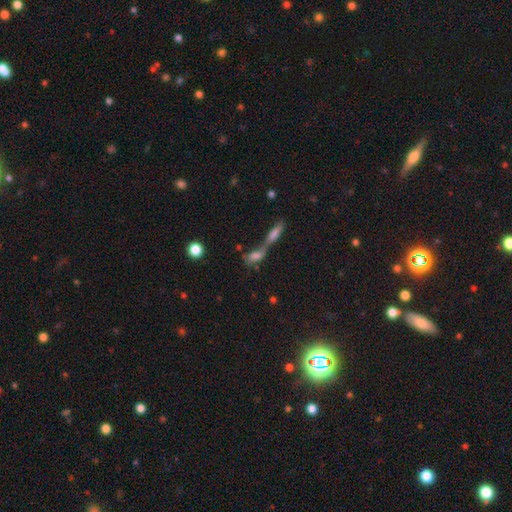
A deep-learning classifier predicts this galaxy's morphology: smooth_or_featured: smooth (p=0.61) [alt: featured or disk p=0.25]
how_rounded: in between (p=0.60) [alt: cigar-shaped p=0.30]
merging: merger (p=0.71) [alt: none p=0.16]